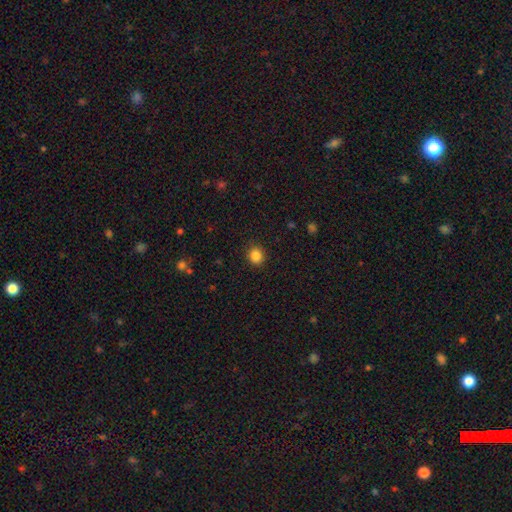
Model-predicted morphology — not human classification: smooth-or-featured: smooth: 85% | star or artifact: 11% | featured or disk: 4%
  how-rounded: round: 78% | in between: 21% | cigar-shaped: 1%
  merging: none: 90% | minor disturbance: 7% | major disturbance: 2% | merger: 1%